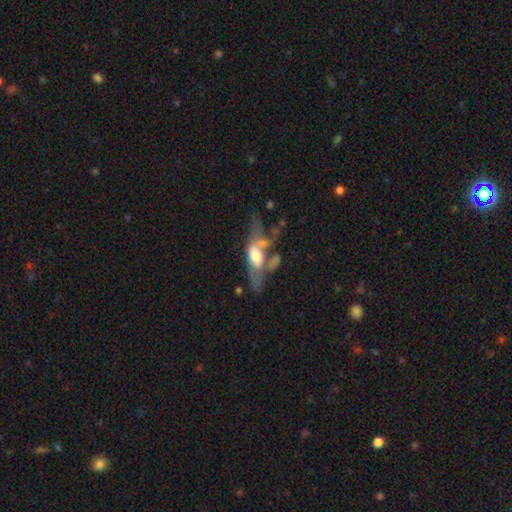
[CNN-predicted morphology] smooth-or-featured: featured or disk: 54% | smooth: 38% | star or artifact: 9%
  disk-edge-on: no: 72% | yes: 28%
  merging: merger: 36% | major disturbance: 35% | none: 17% | minor disturbance: 13%